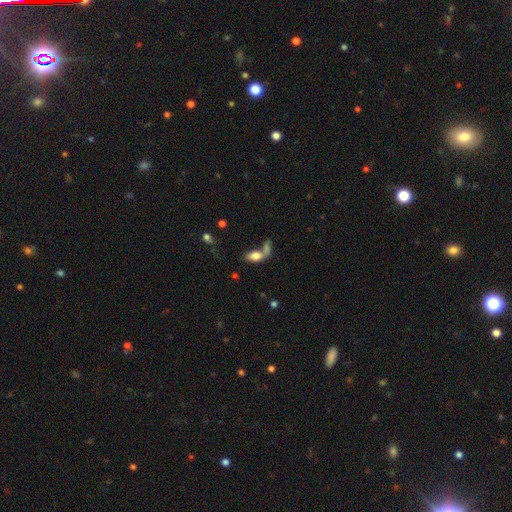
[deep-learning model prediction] This appears to be a smooth galaxy with no disk features (77%) that is in between round and cigar-shaped (87%). Merging: merger (46%).